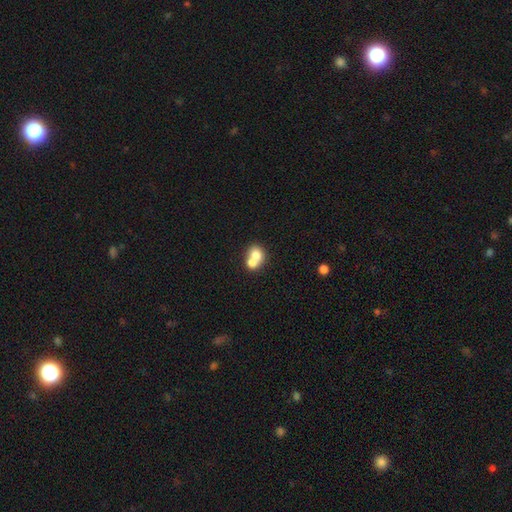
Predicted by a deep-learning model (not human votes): This appears to be a smooth galaxy with no disk features (71%) that is round (65%). Merging: merger (66%).